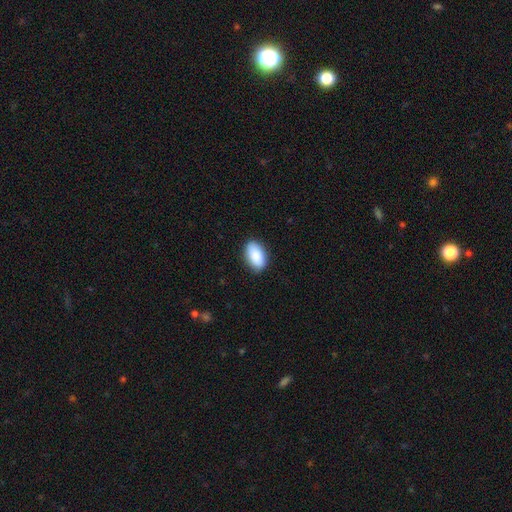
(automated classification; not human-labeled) Smooth or featured?
  - smooth: 89% *
  - star or artifact: 6%
  - featured or disk: 5%
How rounded?
  - in between: 93% *
  - round: 5%
  - cigar-shaped: 2%
Merging?
  - none: 87% *
  - minor disturbance: 10%
  - major disturbance: 2%
  - merger: 1%